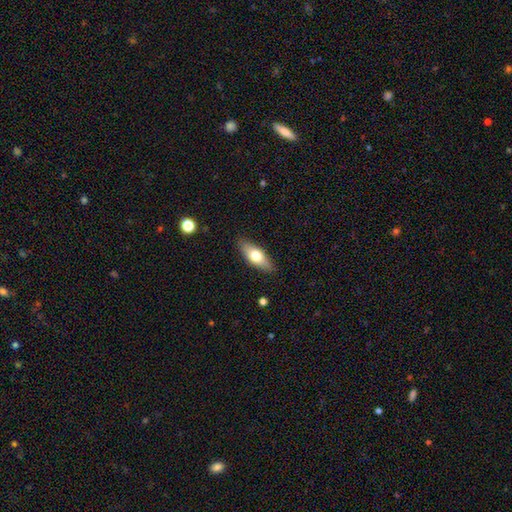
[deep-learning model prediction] Overall: smooth (64%; featured or disk 30%). How rounded: in between (73%). Merging: none (87%).